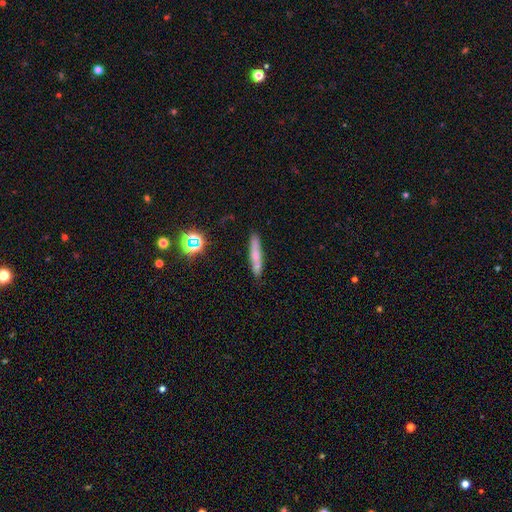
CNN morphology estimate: type=smooth (58%); roundness=cigar-shaped (89%); merging=none (83%).